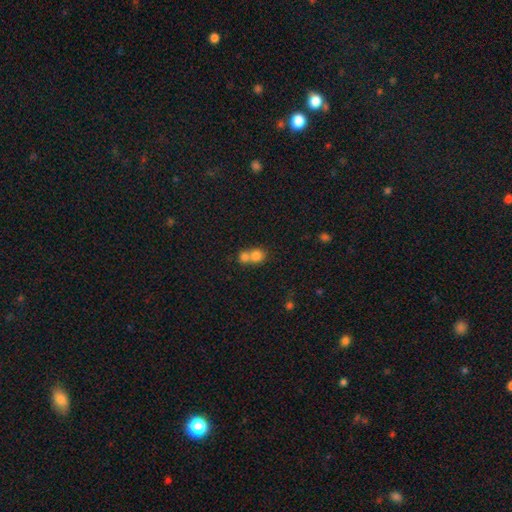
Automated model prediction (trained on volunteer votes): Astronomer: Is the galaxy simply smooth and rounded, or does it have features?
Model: smooth — 77%.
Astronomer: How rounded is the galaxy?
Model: round — 76%.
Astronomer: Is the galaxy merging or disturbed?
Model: merger — 65%.